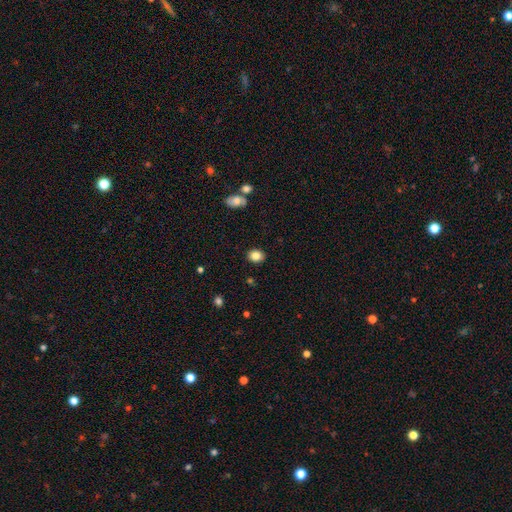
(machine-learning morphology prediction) Smooth or featured?
  - smooth: 84% *
  - star or artifact: 10%
  - featured or disk: 7%
How rounded?
  - in between: 50% *
  - round: 49%
  - cigar-shaped: 1%
Merging?
  - none: 89% *
  - minor disturbance: 8%
  - major disturbance: 2%
  - merger: 1%